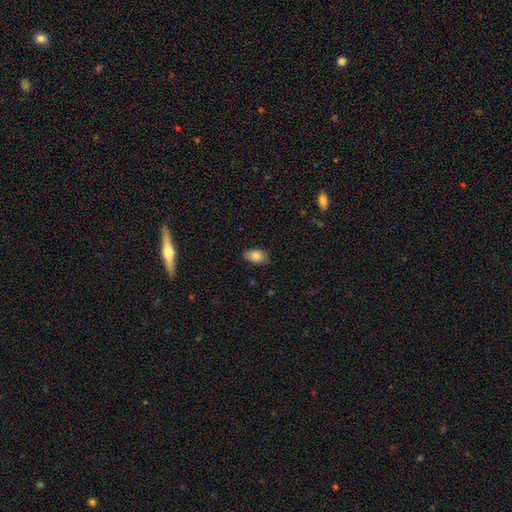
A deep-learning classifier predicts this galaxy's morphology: Smooth or featured: smooth — 84% (featured or disk — 8%)
How rounded: in between — 90% (round — 7%)
Merging: none — 79% (minor disturbance — 17%)